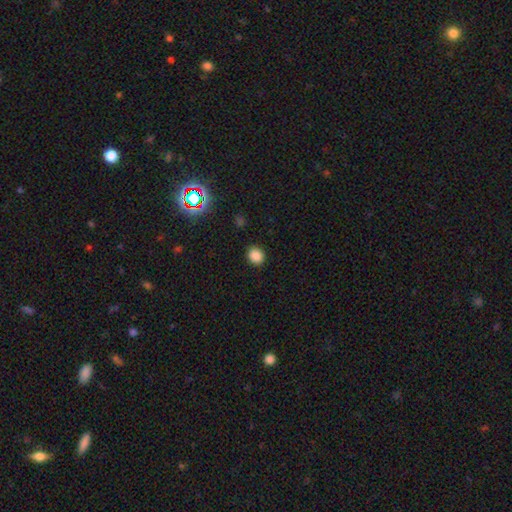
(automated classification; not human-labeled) Smooth or featured: smooth — 86% (star or artifact — 11%)
How rounded: round — 58% (in between — 41%)
Merging: none — 88% (minor disturbance — 9%)